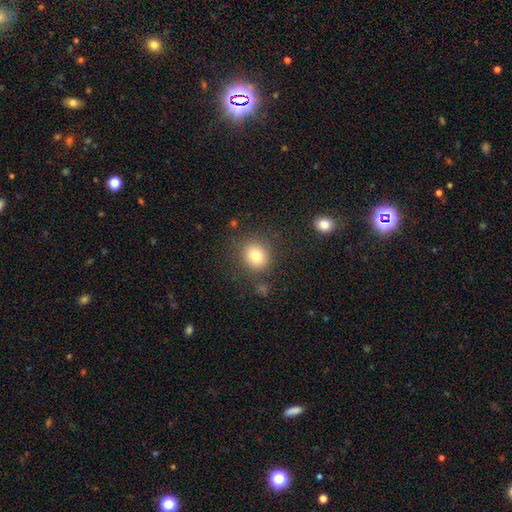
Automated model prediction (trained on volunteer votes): Morphology: type=smooth (80%); roundness=round (81%); merging=none (82%).